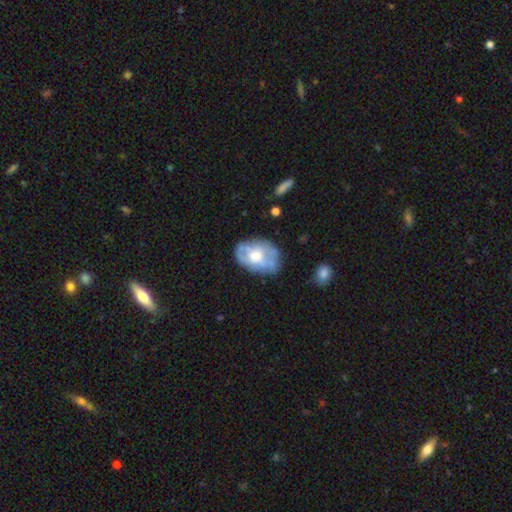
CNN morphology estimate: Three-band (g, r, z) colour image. It shows a featured or disk galaxy (53%) with no bar (76%), no spiral arms (66%) and a moderate central bulge (60%). Merging: none (57%).